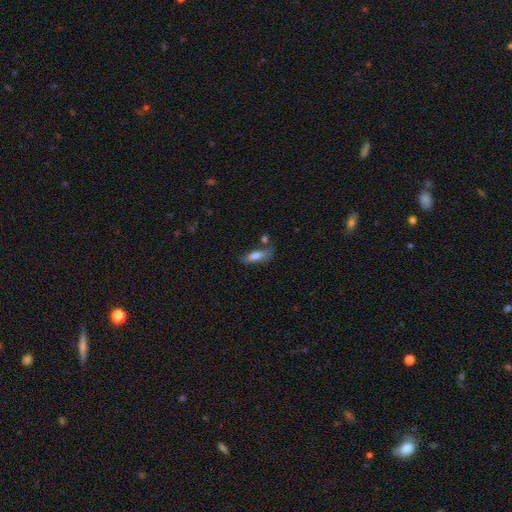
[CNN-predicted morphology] A smooth galaxy with no disk features (76%) that is in between round and cigar-shaped (61%).

Vote fractions:
- Smooth or featured? smooth: 76% / featured or disk: 17% / star or artifact: 7%
- How rounded? in between: 61% / cigar-shaped: 37% / round: 2%
- Merging? none: 53% / minor disturbance: 24% / merger: 12% / major disturbance: 11%